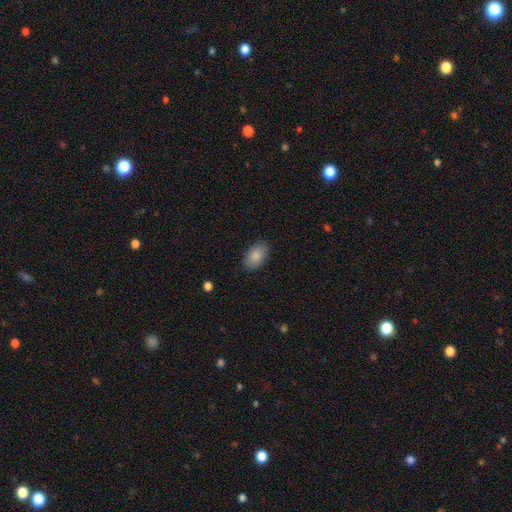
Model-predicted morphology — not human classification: Q: Smooth or featured?
A: smooth (87%); runner-up: star or artifact (7%)
Q: How rounded?
A: in between (92%); runner-up: round (7%)
Q: Merging?
A: none (86%); runner-up: minor disturbance (11%)